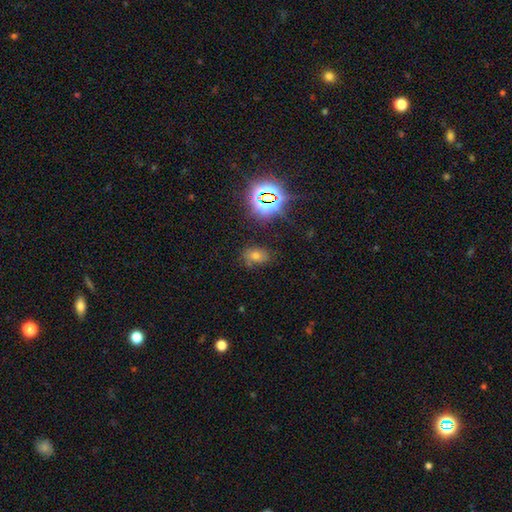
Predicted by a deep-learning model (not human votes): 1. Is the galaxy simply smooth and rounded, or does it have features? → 51% smooth, 36% star or artifact, 13% featured or disk.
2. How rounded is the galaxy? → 78% in between, 20% round, 2% cigar-shaped.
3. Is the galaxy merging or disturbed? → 77% none, 14% minor disturbance, 5% major disturbance, 4% merger.